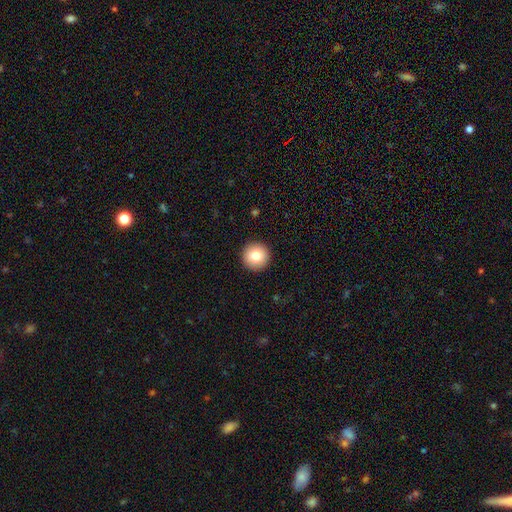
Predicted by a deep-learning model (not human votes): Smooth or featured: smooth — 80% (featured or disk — 10%)
How rounded: round — 96% (in between — 3%)
Merging: none — 93% (minor disturbance — 4%)